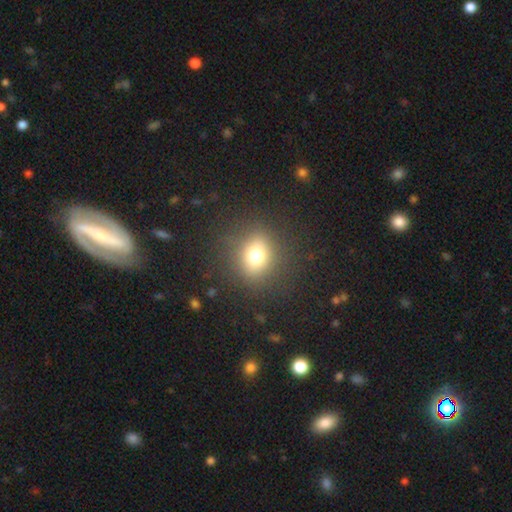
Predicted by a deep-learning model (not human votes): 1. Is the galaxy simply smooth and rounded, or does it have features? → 72% smooth, 16% star or artifact, 11% featured or disk.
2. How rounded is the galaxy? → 71% round, 28% in between, 1% cigar-shaped.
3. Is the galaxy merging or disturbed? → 85% none, 8% minor disturbance, 5% major disturbance, 1% merger.